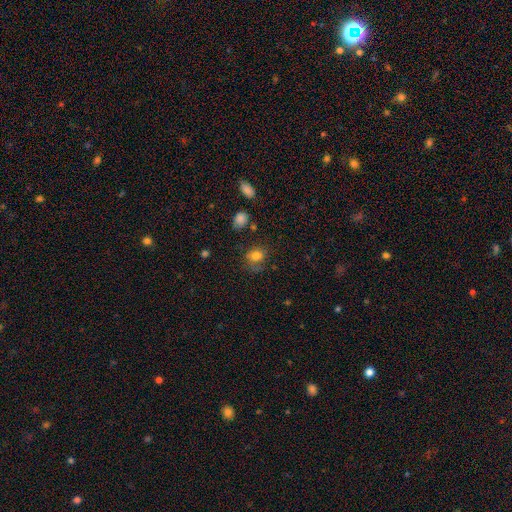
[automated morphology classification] smooth-or-featured: smooth: 74% | featured or disk: 14% | star or artifact: 13%
  how-rounded: round: 58% | in between: 41% | cigar-shaped: 1%
  merging: none: 53% | minor disturbance: 25% | major disturbance: 18% | merger: 4%